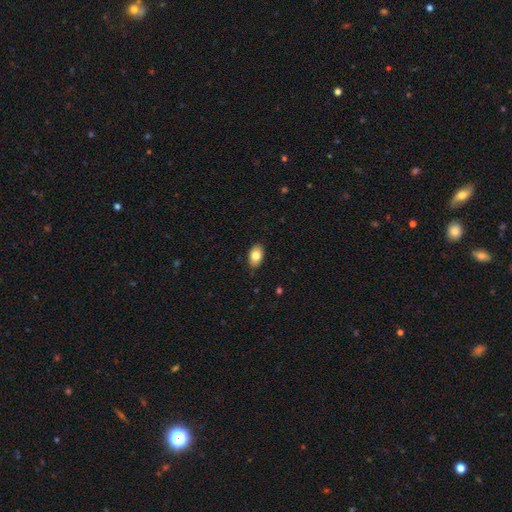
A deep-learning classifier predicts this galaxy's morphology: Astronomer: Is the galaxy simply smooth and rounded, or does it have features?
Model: smooth — 82%.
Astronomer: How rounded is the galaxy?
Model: in between — 90%.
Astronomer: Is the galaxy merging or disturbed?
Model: none — 85%.